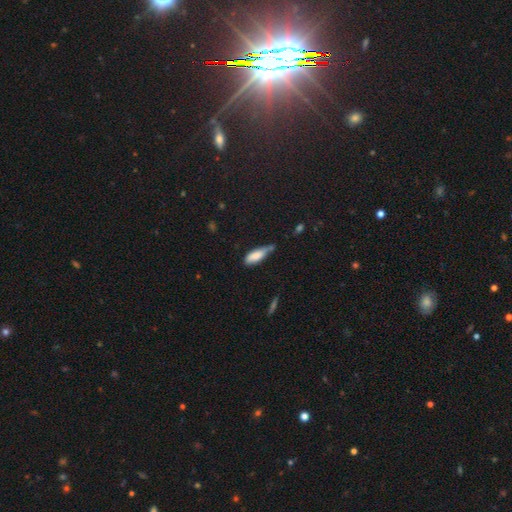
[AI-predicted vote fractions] Smooth or featured?
  - smooth: 79% *
  - featured or disk: 14%
  - star or artifact: 7%
How rounded?
  - in between: 63% *
  - cigar-shaped: 35%
  - round: 2%
Merging?
  - minor disturbance: 46% *
  - none: 33%
  - major disturbance: 13%
  - merger: 8%